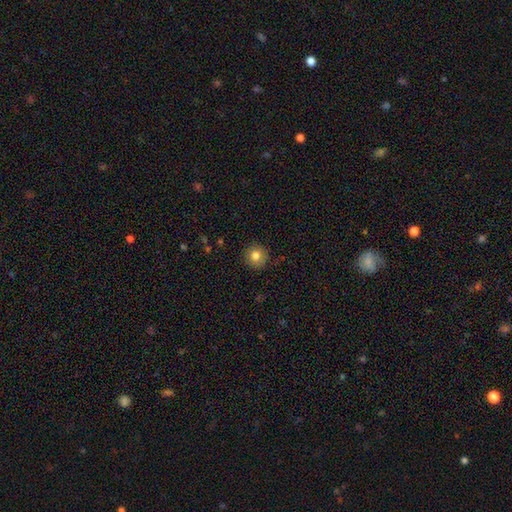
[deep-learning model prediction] A smooth galaxy with no disk features (81%) that is round (93%).

Vote fractions:
- Smooth or featured? smooth: 81% / star or artifact: 11% / featured or disk: 8%
- How rounded? round: 93% / in between: 6% / cigar-shaped: 1%
- Merging? none: 90% / minor disturbance: 7% / major disturbance: 2% / merger: 1%